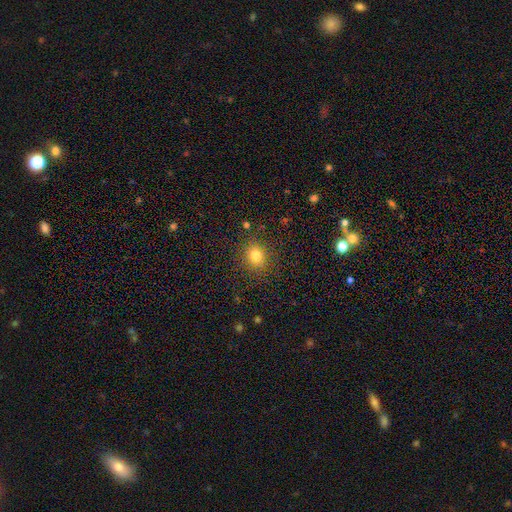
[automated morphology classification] smooth 80%, star or artifact 13%, featured or disk 7%. Down the decision tree: how rounded — round (71%); merging — none (87%).